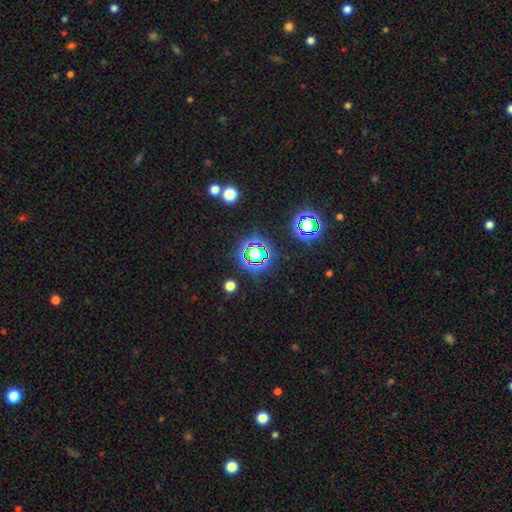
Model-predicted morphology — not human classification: Smooth or featured? Predicted: star or artifact (p=0.62).